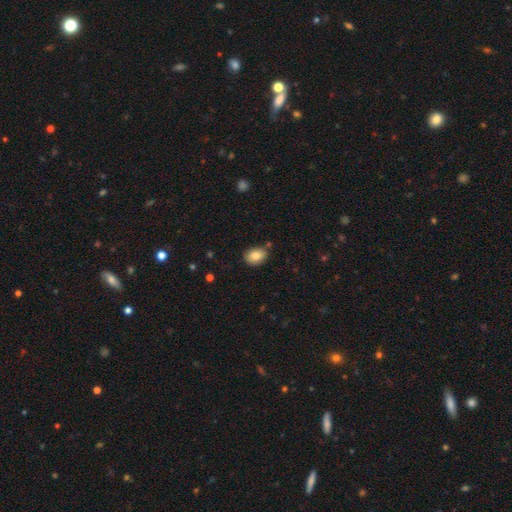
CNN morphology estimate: Smooth or featured: smooth — 84% (star or artifact — 9%)
How rounded: in between — 66% (round — 33%)
Merging: none — 78% (minor disturbance — 15%)